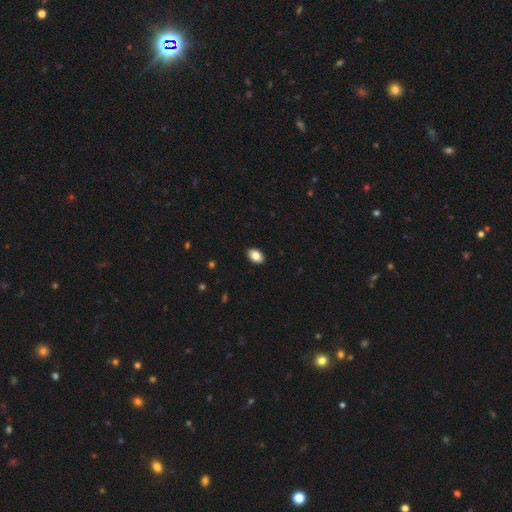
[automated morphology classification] A smooth galaxy with no disk features (85%) that is in between round and cigar-shaped (91%).

Vote fractions:
- Smooth or featured? smooth: 85% / star or artifact: 8% / featured or disk: 7%
- How rounded? in between: 91% / round: 8% / cigar-shaped: 1%
- Merging? none: 90% / minor disturbance: 7% / major disturbance: 2% / merger: 1%